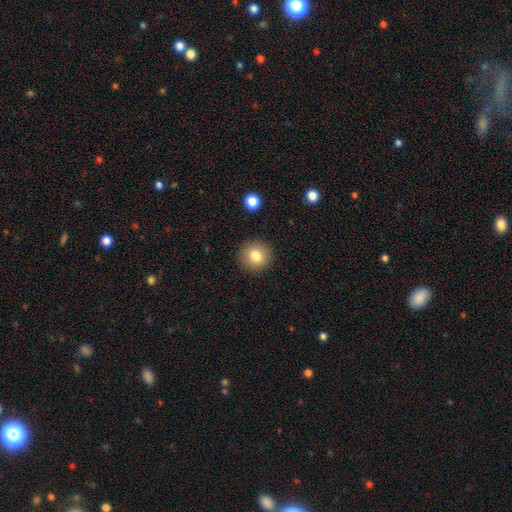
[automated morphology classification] Smooth or featured? Predicted: smooth (p=0.81). How rounded? Predicted: round (p=0.91). Merging? Predicted: none (p=0.90).